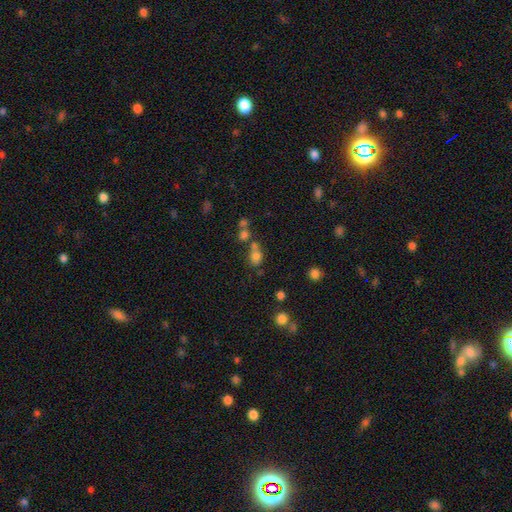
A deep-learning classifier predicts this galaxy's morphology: Smooth or featured? smooth (73%)
How rounded? round (59%)
Merging? none (46%)